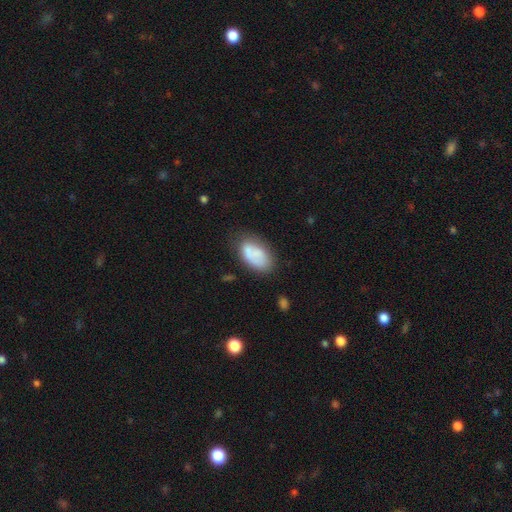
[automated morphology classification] A smooth galaxy with no disk features (72%) that is in between round and cigar-shaped (93%). Merging: none (60%).